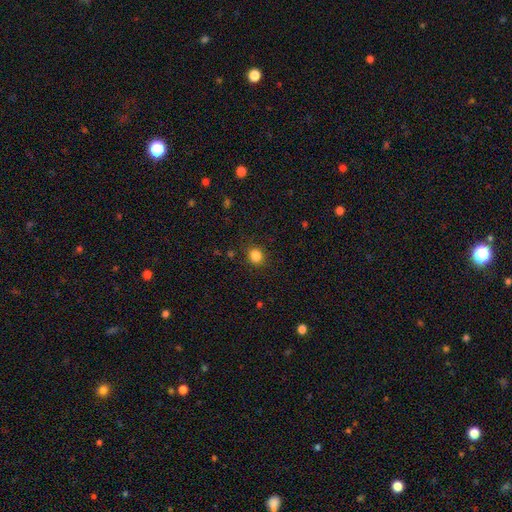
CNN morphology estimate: The model was most divided on "how rounded": round: 85%, in between: 14%, cigar-shaped: 1%. More confident: merging — none (88%); smooth or featured — smooth (84%).